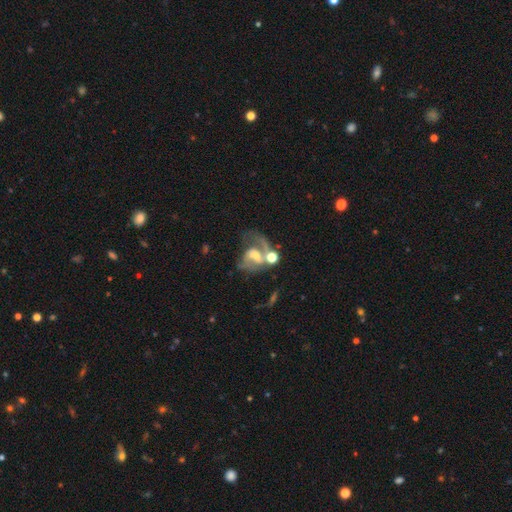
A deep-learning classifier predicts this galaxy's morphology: Overall: featured or disk (71%). Edge-on disk: no (97%). Bar: weak (42%; no 41%). Spiral arms: yes (82%). Spiral arm count: 2 (59%; 1 29%). Spiral winding: loose (44%; medium 42%). Bulge size: moderate (37%; small 36%). Merging: merger (31%; major disturbance 29%).